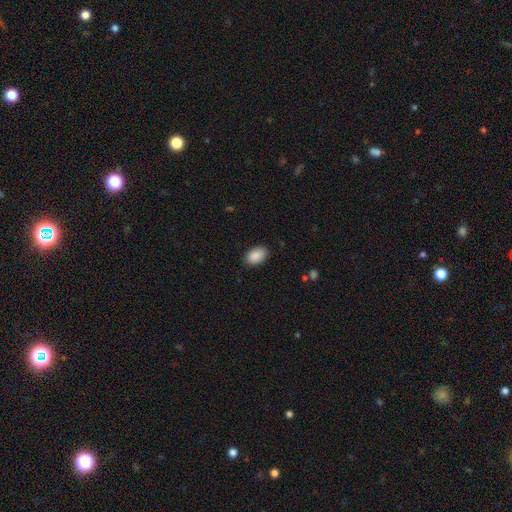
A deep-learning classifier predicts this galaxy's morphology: Smooth or featured? Predicted: smooth (p=0.90). How rounded? Predicted: in between (p=0.91). Merging? Predicted: none (p=0.85).